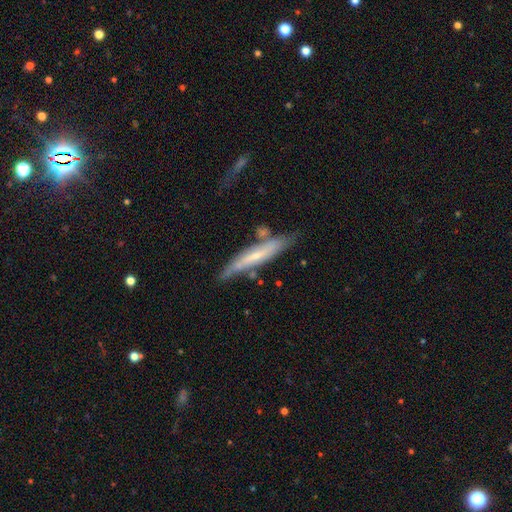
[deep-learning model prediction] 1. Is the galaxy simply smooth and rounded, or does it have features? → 58% featured or disk, 36% smooth, 6% star or artifact.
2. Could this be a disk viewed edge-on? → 76% yes, 24% no.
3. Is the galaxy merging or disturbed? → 63% none, 21% minor disturbance, 10% merger, 6% major disturbance.